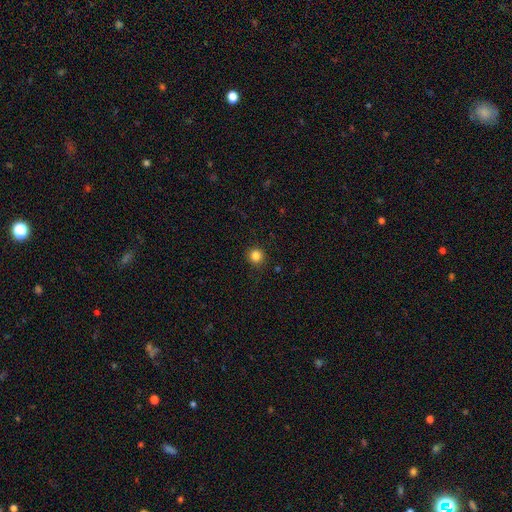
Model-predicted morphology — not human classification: smooth 84%, star or artifact 12%, featured or disk 4%. Down the decision tree: how rounded — round (94%); merging — none (90%).